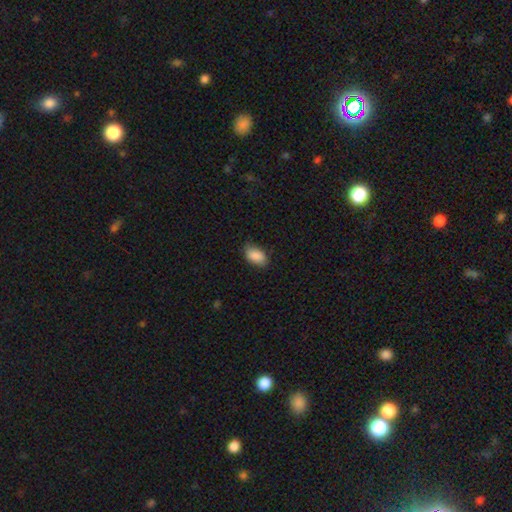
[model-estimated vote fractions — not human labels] Smooth or featured? Predicted: smooth (p=0.89). How rounded? Predicted: in between (p=0.91). Merging? Predicted: none (p=0.78).